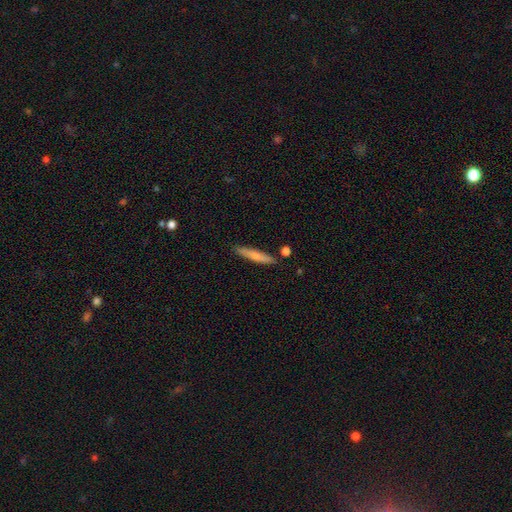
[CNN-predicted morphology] This is likely a smooth galaxy (67%). How rounded: clearly cigar-shaped (92%). Merging: clearly none (86%).